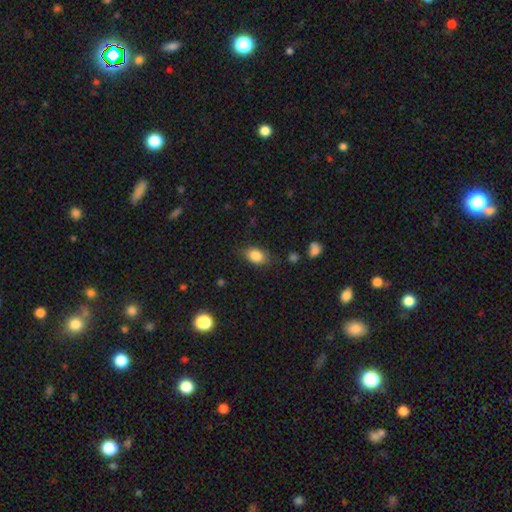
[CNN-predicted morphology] smooth 84%, star or artifact 9%, featured or disk 8%. Down the decision tree: how rounded — in between (82%); merging — none (79%).